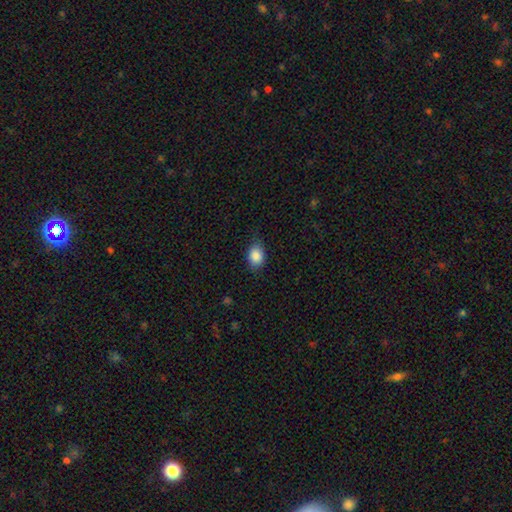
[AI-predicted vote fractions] A smooth galaxy with no disk features (88%) that is in between round and cigar-shaped (70%).

Vote fractions:
- Smooth or featured? smooth: 88% / star or artifact: 8% / featured or disk: 4%
- How rounded? in between: 70% / round: 29% / cigar-shaped: 1%
- Merging? none: 77% / minor disturbance: 18% / major disturbance: 4% / merger: 1%